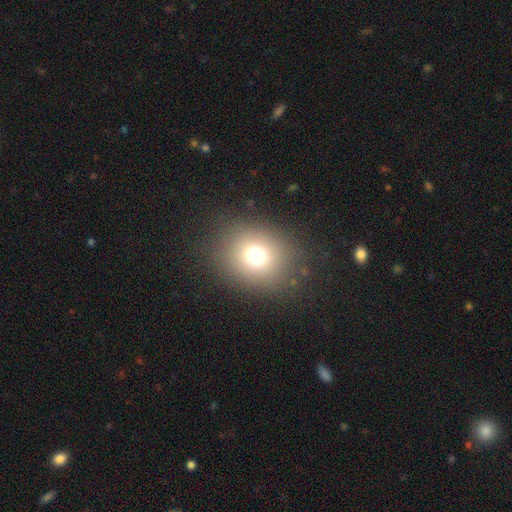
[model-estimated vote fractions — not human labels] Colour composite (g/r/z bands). It shows a smooth galaxy with no disk features (71%) that is round (70%). Merging: none (84%).